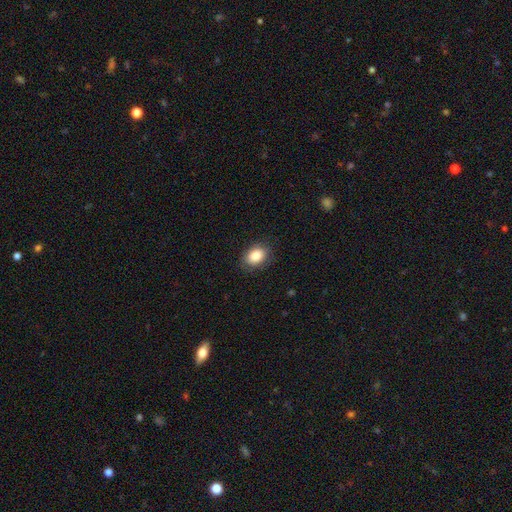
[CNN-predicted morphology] smooth_or_featured: smooth (p=0.85) [alt: star or artifact p=0.08]
how_rounded: in between (p=0.74) [alt: round p=0.25]
merging: none (p=0.85) [alt: minor disturbance p=0.12]